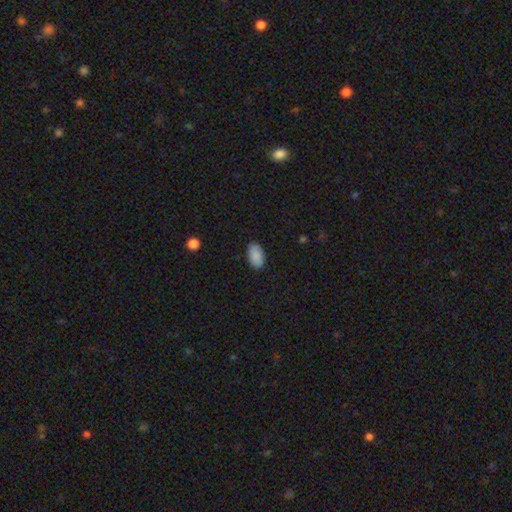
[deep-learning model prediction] A smooth galaxy with no disk features (90%) that is in between round and cigar-shaped (95%). Merging: none (88%).